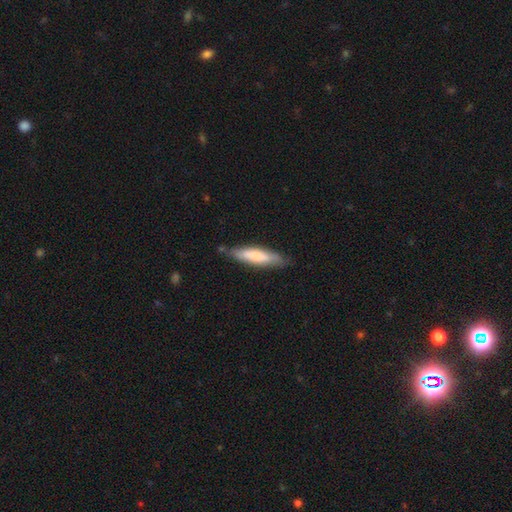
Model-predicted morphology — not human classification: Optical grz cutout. It shows a smooth galaxy with no disk features (71%) that is cigar-shaped (74%). Merging: none (78%).